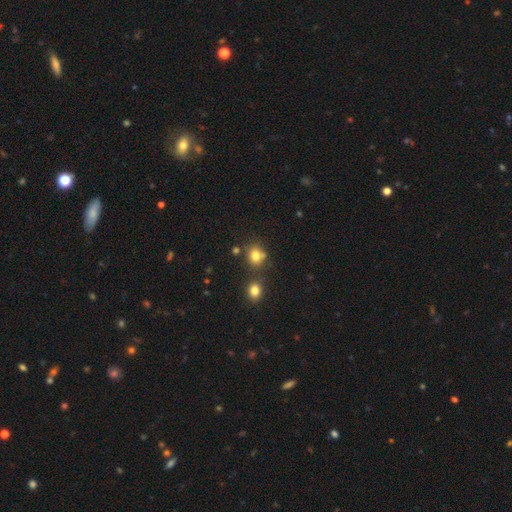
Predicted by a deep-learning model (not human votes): Smooth or featured? smooth (78%)
How rounded? round (70%)
Merging? none (63%)